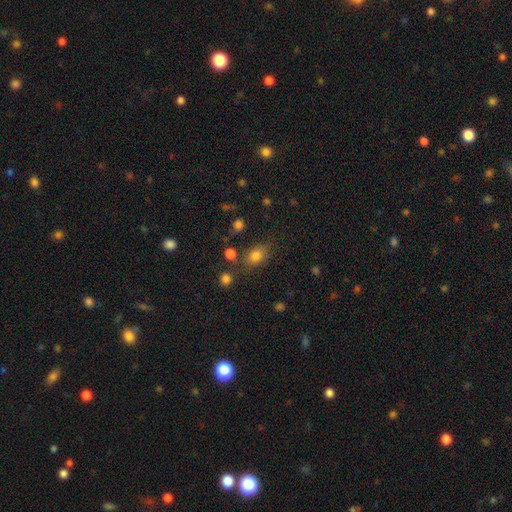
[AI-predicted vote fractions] Q: Smooth or featured?
A: smooth (79%); runner-up: star or artifact (13%)
Q: How rounded?
A: in between (70%); runner-up: round (28%)
Q: Merging?
A: none (74%); runner-up: minor disturbance (15%)